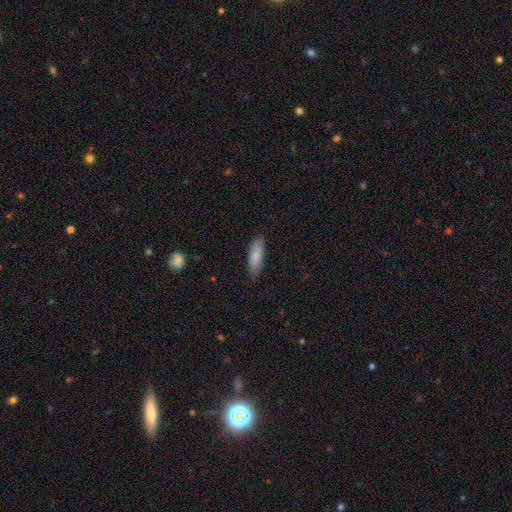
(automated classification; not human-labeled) smooth 82%, featured or disk 12%, star or artifact 6%. Down the decision tree: how rounded — in between (54%); merging — none (82%).